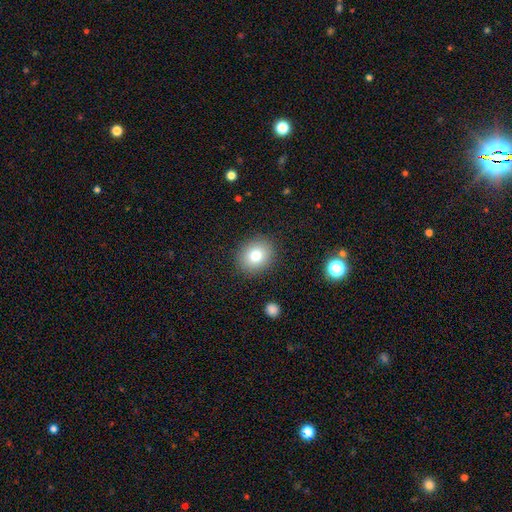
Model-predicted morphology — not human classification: A smooth galaxy with no disk features (77%) that is round (70%).

Vote fractions:
- Smooth or featured? smooth: 77% / star or artifact: 11% / featured or disk: 11%
- How rounded? round: 70% / in between: 29% / cigar-shaped: 1%
- Merging? none: 89% / minor disturbance: 7% / major disturbance: 3% / merger: 1%